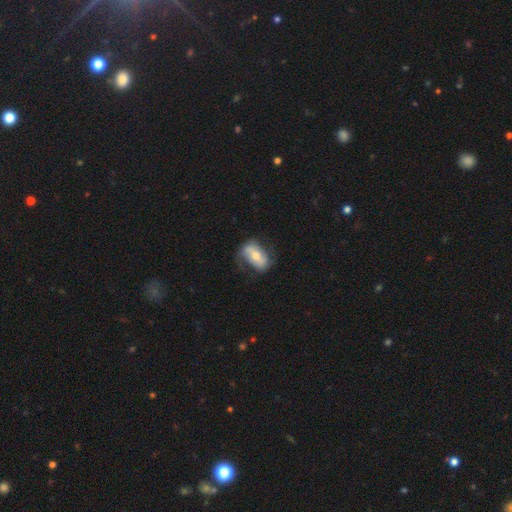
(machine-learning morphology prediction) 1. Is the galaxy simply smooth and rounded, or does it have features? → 52% featured or disk, 42% smooth, 7% star or artifact.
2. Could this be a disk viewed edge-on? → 91% no, 9% yes.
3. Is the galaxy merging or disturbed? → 59% none, 26% minor disturbance, 13% major disturbance, 2% merger.